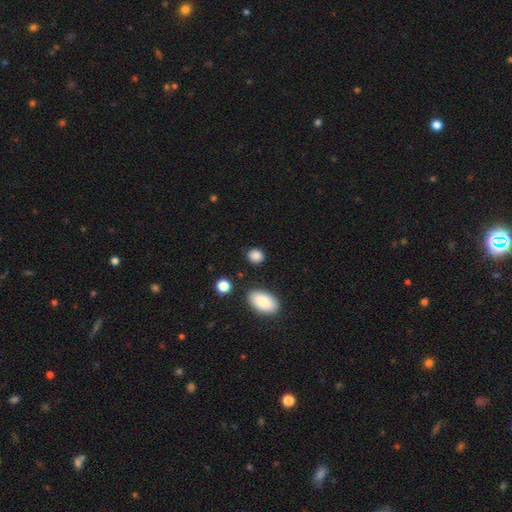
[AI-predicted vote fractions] Smooth or featured: smooth — 87% (star or artifact — 9%)
How rounded: round — 67% (in between — 32%)
Merging: none — 81% (minor disturbance — 13%)